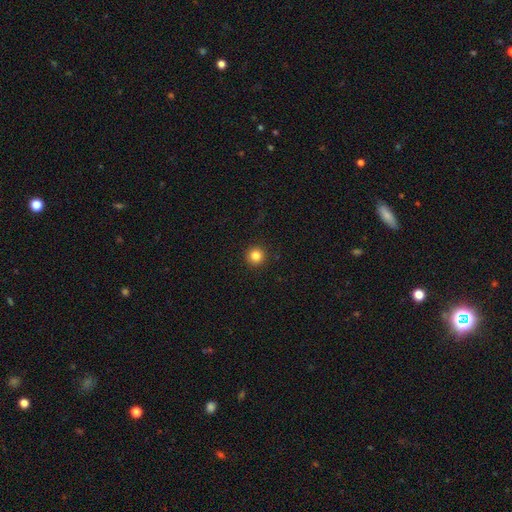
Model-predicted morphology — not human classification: smooth-or-featured: smooth: 84% | star or artifact: 12% | featured or disk: 4%
  how-rounded: round: 96% | in between: 3% | cigar-shaped: 1%
  merging: none: 93% | minor disturbance: 4% | major disturbance: 2% | merger: 1%